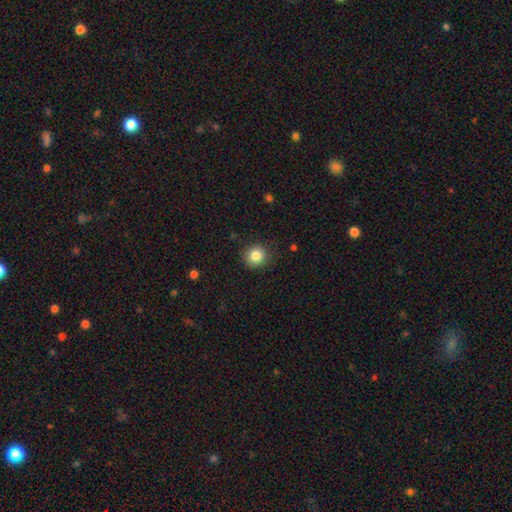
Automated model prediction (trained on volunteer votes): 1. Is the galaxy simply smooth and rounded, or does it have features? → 84% smooth, 10% star or artifact, 6% featured or disk.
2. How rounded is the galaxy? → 90% round, 9% in between, 1% cigar-shaped.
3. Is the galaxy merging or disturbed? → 88% none, 8% minor disturbance, 2% major disturbance, 1% merger.